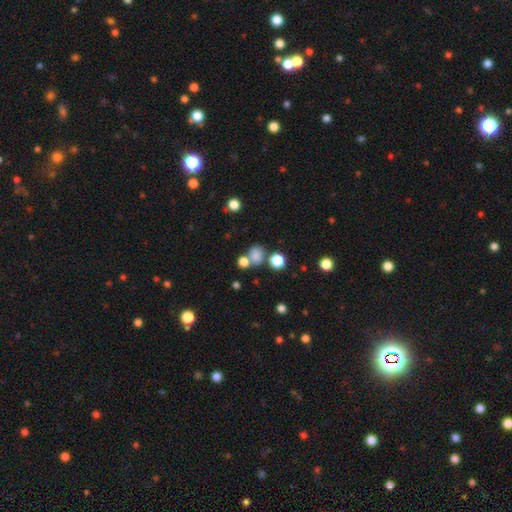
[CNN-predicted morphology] A smooth galaxy with no disk features (77%) that is round (69%).

Vote fractions:
- Smooth or featured? smooth: 77% / star or artifact: 16% / featured or disk: 8%
- How rounded? round: 69% / in between: 30% / cigar-shaped: 1%
- Merging? none: 53% / merger: 31% / minor disturbance: 11% / major disturbance: 6%